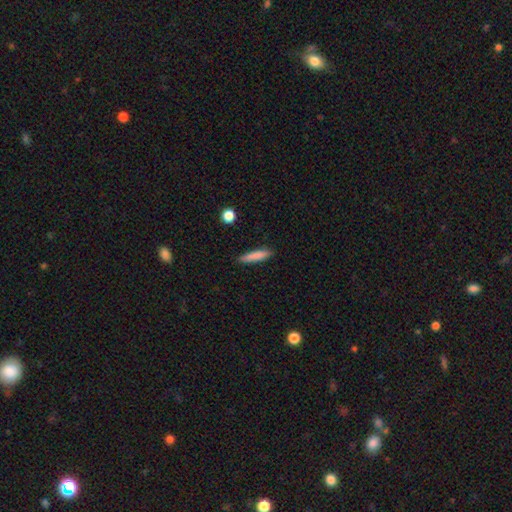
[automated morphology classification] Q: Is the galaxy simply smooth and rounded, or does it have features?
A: smooth — 83%.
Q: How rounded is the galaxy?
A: cigar-shaped — 84%.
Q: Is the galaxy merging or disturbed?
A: none — 86%.